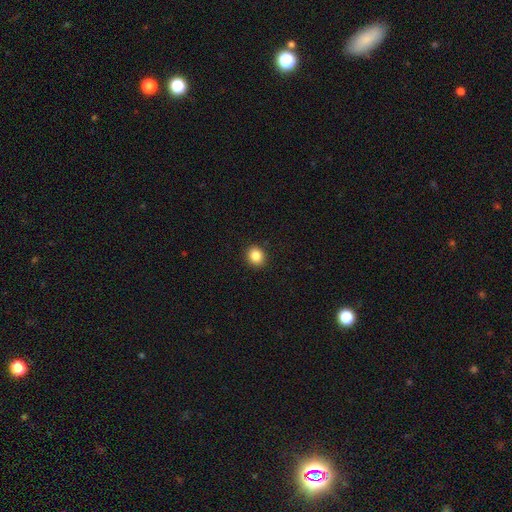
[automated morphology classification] Q: Smooth or featured?
A: smooth (86%); runner-up: star or artifact (10%)
Q: How rounded?
A: round (77%); runner-up: in between (23%)
Q: Merging?
A: none (92%); runner-up: minor disturbance (6%)